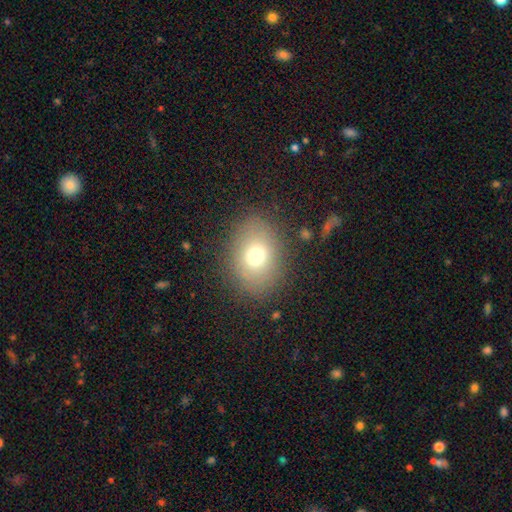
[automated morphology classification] A smooth galaxy with no disk features (73%) that is in between round and cigar-shaped (59%).

Vote fractions:
- Smooth or featured? smooth: 73% / featured or disk: 15% / star or artifact: 13%
- How rounded? in between: 59% / round: 40% / cigar-shaped: 1%
- Merging? none: 83% / minor disturbance: 11% / major disturbance: 5% / merger: 1%